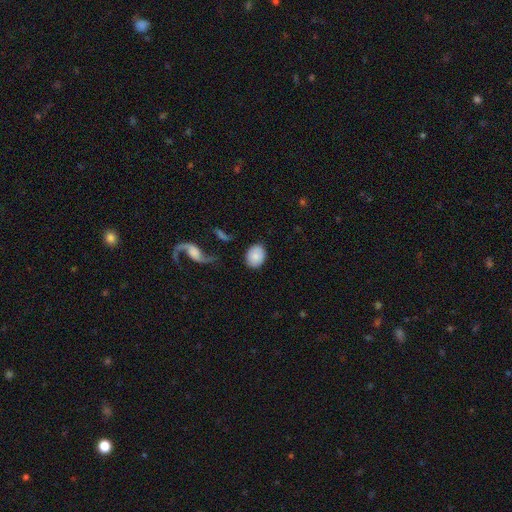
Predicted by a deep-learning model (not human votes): This is clearly a smooth galaxy (82%). How rounded: likely in between (60%). Merging: clearly none (81%).